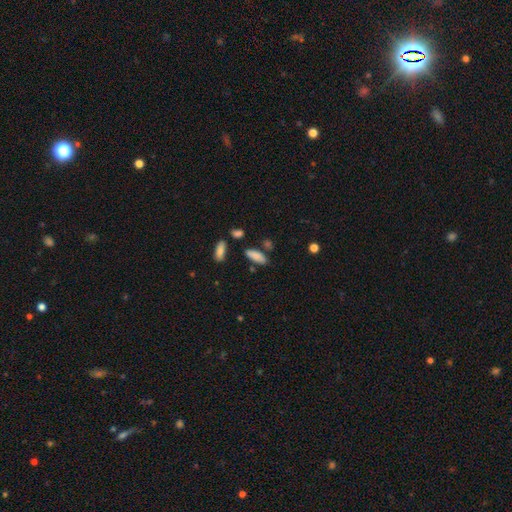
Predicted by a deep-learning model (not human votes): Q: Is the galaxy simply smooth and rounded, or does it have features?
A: smooth — 84%.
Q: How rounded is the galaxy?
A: in between — 64%.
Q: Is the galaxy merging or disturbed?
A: none — 71%.